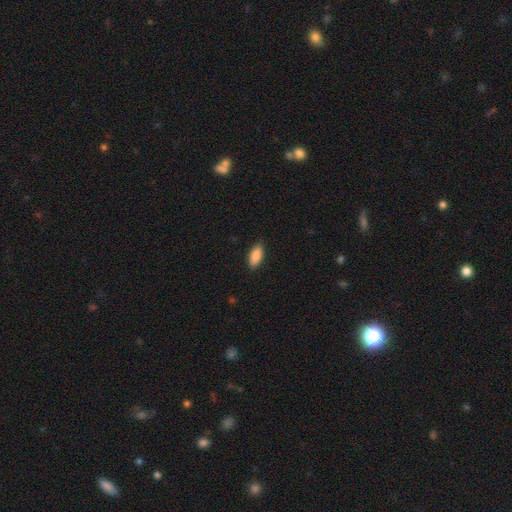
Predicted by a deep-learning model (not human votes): Smooth or featured?
  - smooth: 88% *
  - featured or disk: 6%
  - star or artifact: 6%
How rounded?
  - in between: 85% *
  - cigar-shaped: 13%
  - round: 2%
Merging?
  - none: 88% *
  - minor disturbance: 9%
  - major disturbance: 2%
  - merger: 1%